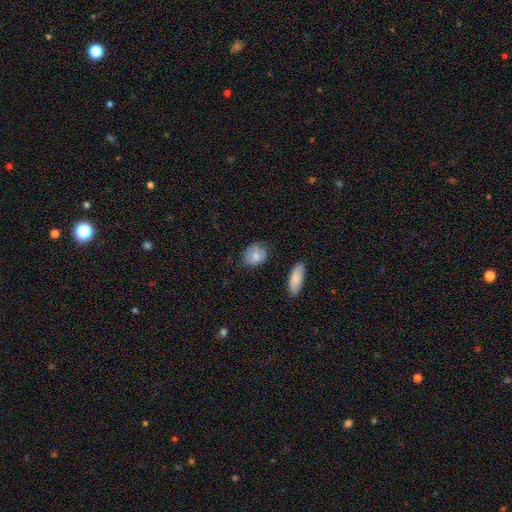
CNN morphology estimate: A smooth galaxy with no disk features (77%) that is in between round and cigar-shaped (53%). Merging: none (70%).